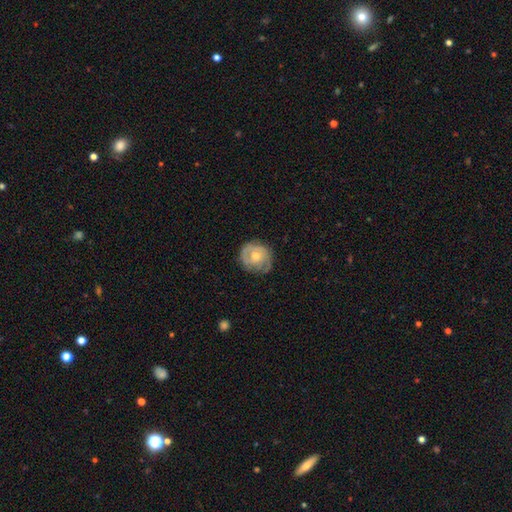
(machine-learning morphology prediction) Smooth or featured? featured or disk (54%)
Edge-on disk? no (97%)
Bar? no (79%)
Spiral arms? yes (70%)
Bulge size? moderate (52%)
Merging? none (64%)